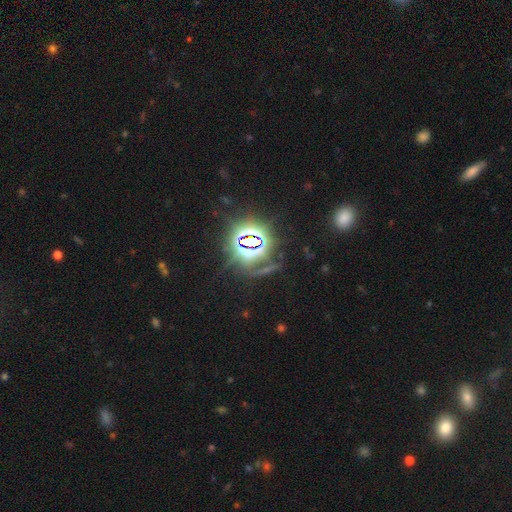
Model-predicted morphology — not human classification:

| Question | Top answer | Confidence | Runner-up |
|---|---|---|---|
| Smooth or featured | star or artifact | 80% | smooth (11%) |